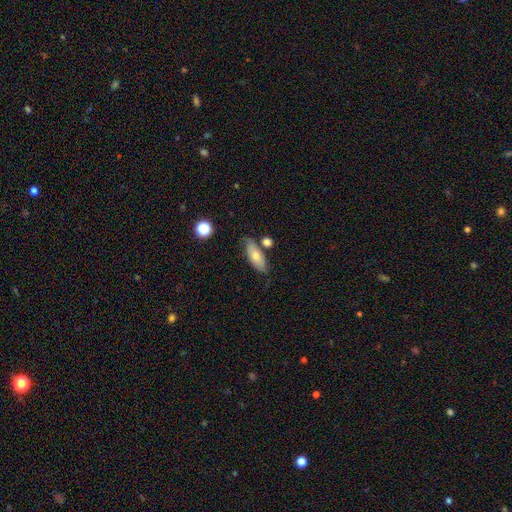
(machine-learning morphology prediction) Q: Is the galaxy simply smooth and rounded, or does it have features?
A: smooth — 66%.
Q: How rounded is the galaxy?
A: in between — 76%.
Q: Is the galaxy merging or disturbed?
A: none — 67%.